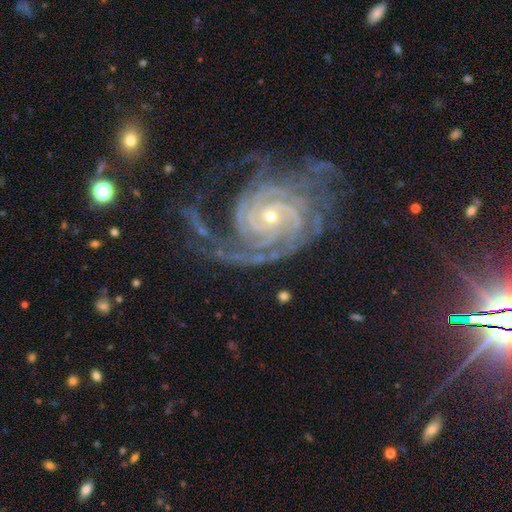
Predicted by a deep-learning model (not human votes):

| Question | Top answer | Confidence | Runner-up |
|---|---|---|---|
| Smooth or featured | featured or disk | 92% | star or artifact (5%) |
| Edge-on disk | no | 97% | yes (3%) |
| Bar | no | 65% | weak (22%) |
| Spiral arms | yes | 99% | no (1%) |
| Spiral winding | tight | 77% | medium (20%) |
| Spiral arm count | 3 | 24% | 2 (21%) |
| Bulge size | small | 71% | moderate (26%) |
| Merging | none | 53% | major disturbance (22%) |